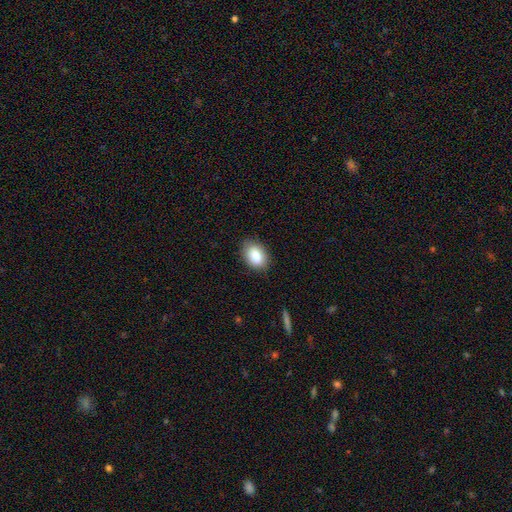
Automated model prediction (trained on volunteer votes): Q: Smooth or featured?
A: smooth (85%); runner-up: featured or disk (8%)
Q: How rounded?
A: in between (82%); runner-up: round (16%)
Q: Merging?
A: none (84%); runner-up: minor disturbance (12%)